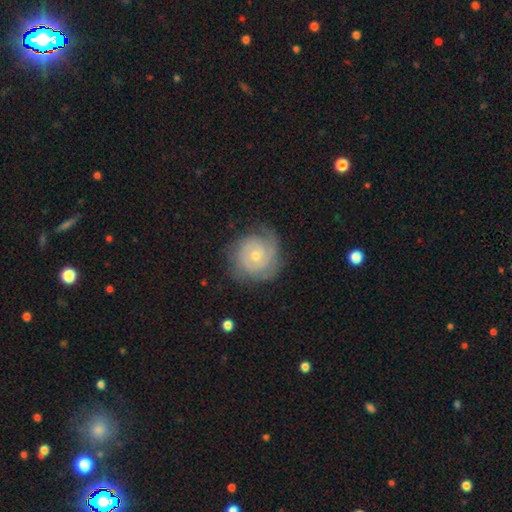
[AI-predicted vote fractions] Overall: featured or disk (75%). Edge-on disk: no (98%). Bar: no (77%). Spiral arms: yes (91%). Spiral arm count: can't tell (34%; 2 32%). Spiral winding: tight (72%). Bulge size: small (58%; moderate 38%). Merging: none (72%).